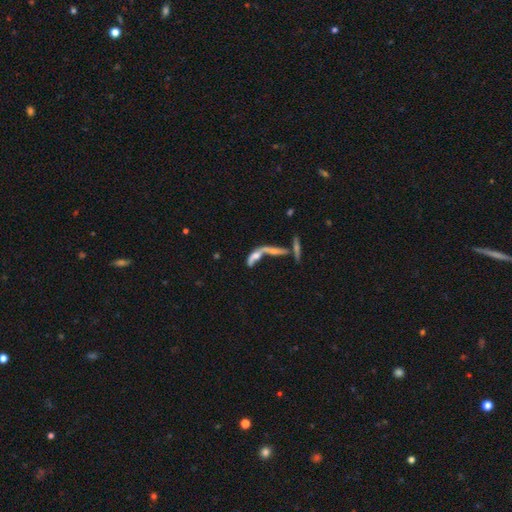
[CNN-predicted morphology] The model was most divided on "smooth or featured": featured or disk: 47%, smooth: 40%, star or artifact: 13%. More confident: merging — merger (58%).